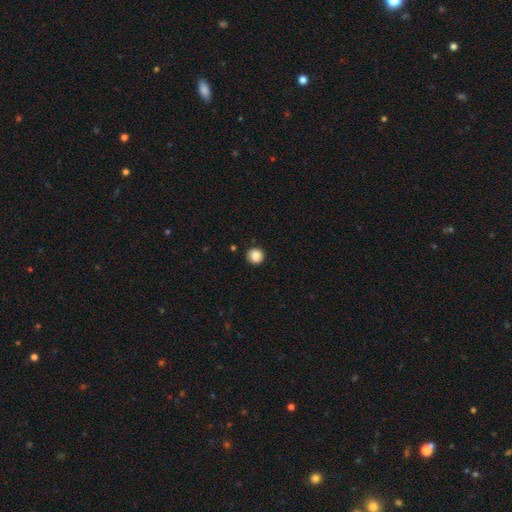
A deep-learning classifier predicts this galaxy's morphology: smooth-or-featured: smooth: 86% | star or artifact: 9% | featured or disk: 5%
  how-rounded: round: 93% | in between: 6% | cigar-shaped: 1%
  merging: none: 88% | minor disturbance: 9% | major disturbance: 2% | merger: 1%